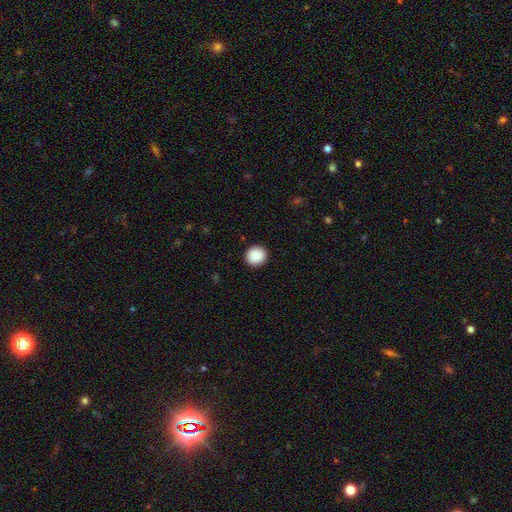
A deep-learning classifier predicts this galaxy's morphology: type=smooth (90%); roundness=round (91%); merging=none (92%).